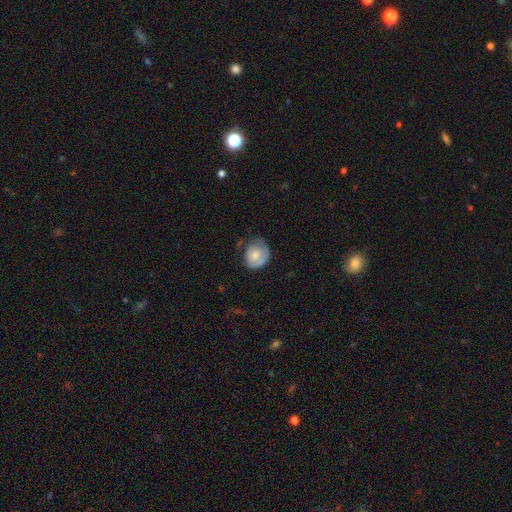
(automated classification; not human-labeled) Smooth or featured? smooth (68%)
How rounded? round (70%)
Merging? none (55%)